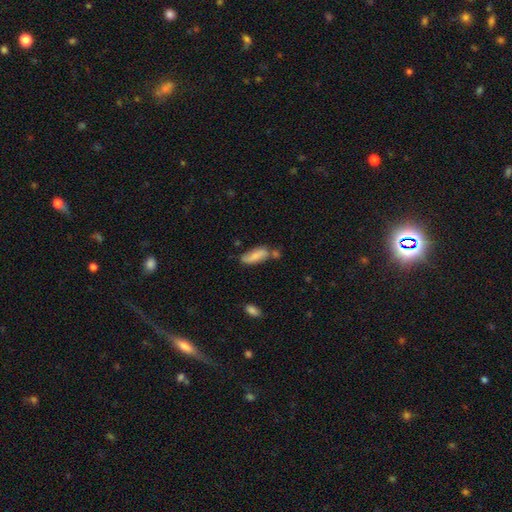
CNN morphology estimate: This is likely a smooth galaxy (70%). How rounded: likely in between (69%). Merging: possibly none (59%).